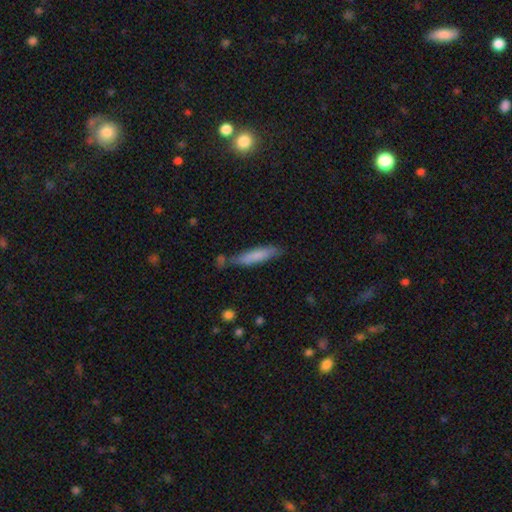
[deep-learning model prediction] Smooth or featured: smooth — 77% (featured or disk — 17%)
How rounded: cigar-shaped — 84% (in between — 15%)
Merging: none — 69% (minor disturbance — 20%)